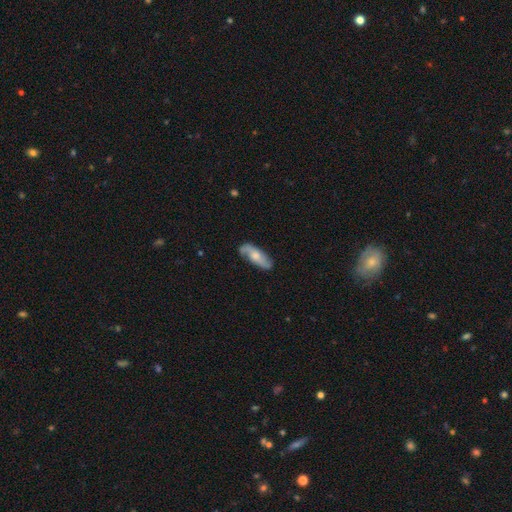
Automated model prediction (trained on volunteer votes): Morphology: type=featured or disk (57%); edge-on=no (85%); merging=none (72%).